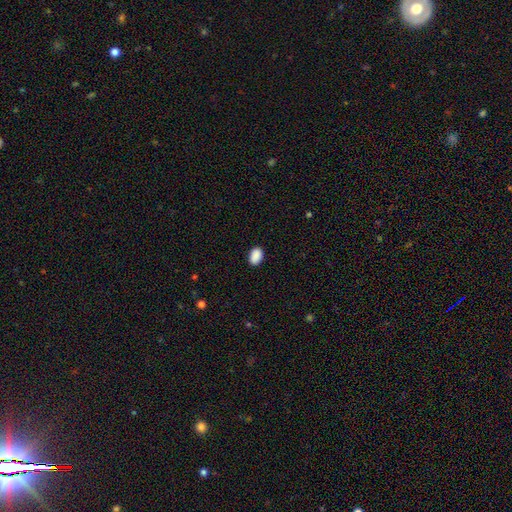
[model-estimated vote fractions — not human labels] smooth_or_featured: smooth (p=0.90) [alt: star or artifact p=0.07]
how_rounded: in between (p=0.86) [alt: round p=0.13]
merging: none (p=0.88) [alt: minor disturbance p=0.09]